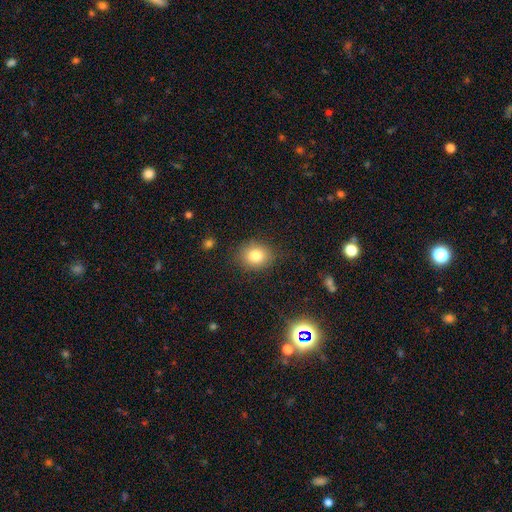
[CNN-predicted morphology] A smooth galaxy with no disk features (81%) that is round (64%).

Vote fractions:
- Smooth or featured? smooth: 81% / star or artifact: 11% / featured or disk: 8%
- How rounded? round: 64% / in between: 35% / cigar-shaped: 1%
- Merging? none: 85% / minor disturbance: 11% / major disturbance: 3% / merger: 1%